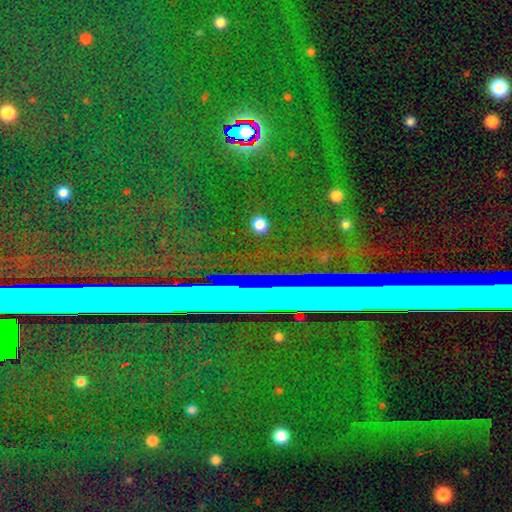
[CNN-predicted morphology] This appears to be a star or artifact, not a galaxy (81%).